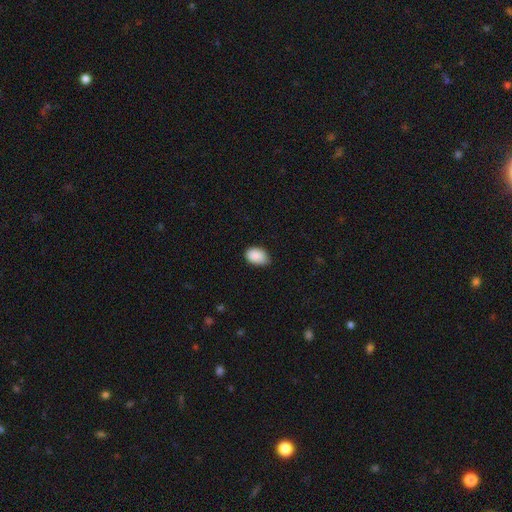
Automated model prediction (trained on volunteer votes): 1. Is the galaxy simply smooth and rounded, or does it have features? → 90% smooth, 7% star or artifact, 3% featured or disk.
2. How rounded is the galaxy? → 86% in between, 13% round, 1% cigar-shaped.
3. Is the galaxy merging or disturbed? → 68% none, 27% minor disturbance, 3% major disturbance, 1% merger.